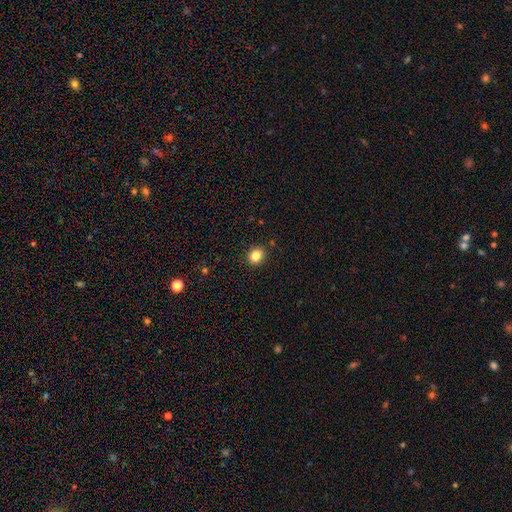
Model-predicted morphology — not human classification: Q: Smooth or featured?
A: smooth (83%); runner-up: star or artifact (11%)
Q: How rounded?
A: round (65%); runner-up: in between (34%)
Q: Merging?
A: none (90%); runner-up: minor disturbance (7%)